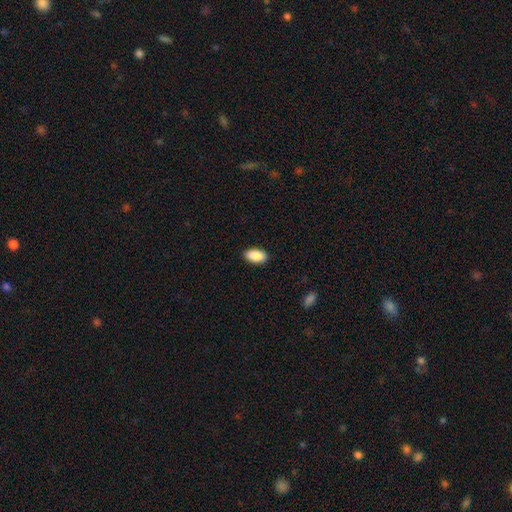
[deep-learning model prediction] smooth-or-featured: smooth: 90% | star or artifact: 7% | featured or disk: 3%
  how-rounded: in between: 95% | round: 3% | cigar-shaped: 3%
  merging: none: 87% | minor disturbance: 10% | major disturbance: 2% | merger: 1%